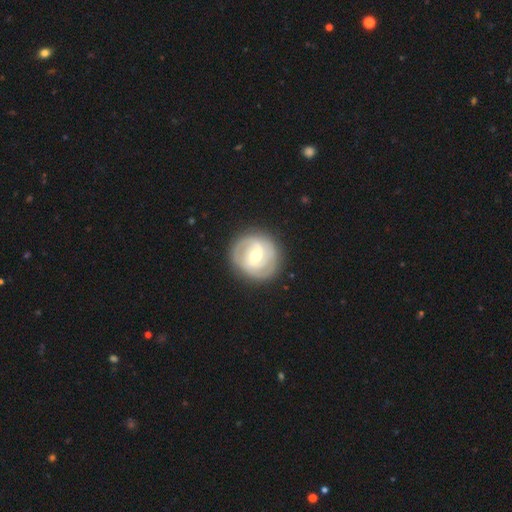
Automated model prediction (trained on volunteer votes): This appears to be a featured or disk galaxy (75%) with a weak bar (49%), 2 (57%) tight (62%) spiral arms (83%) and a moderate central bulge (73%). Merging: none (84%).